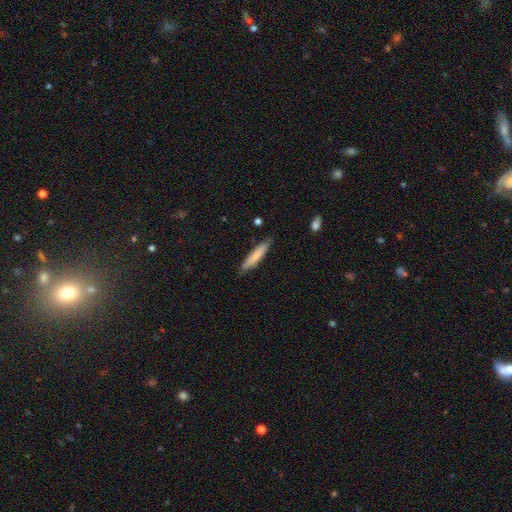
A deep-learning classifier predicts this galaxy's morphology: Smooth or featured? Predicted: smooth (p=0.74). How rounded? Predicted: cigar-shaped (p=0.89). Merging? Predicted: none (p=0.85).